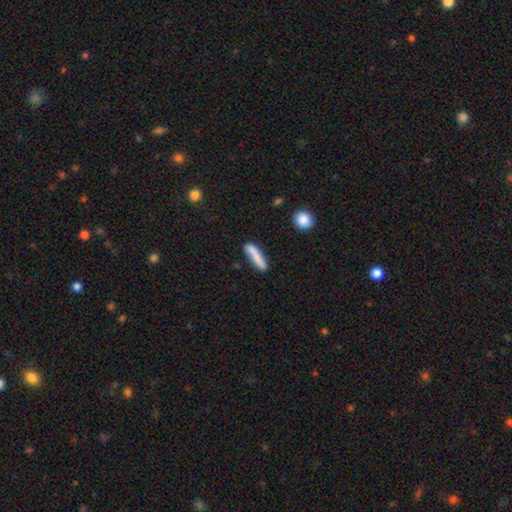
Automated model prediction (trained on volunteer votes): smooth 78%, featured or disk 16%, star or artifact 6%. Down the decision tree: how rounded — cigar-shaped (84%); merging — none (71%).